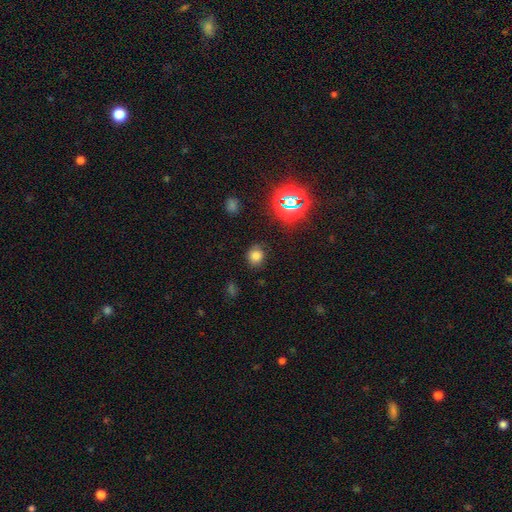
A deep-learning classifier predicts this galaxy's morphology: smooth 74%, star or artifact 20%, featured or disk 6%. Down the decision tree: how rounded — round (75%); merging — none (83%).